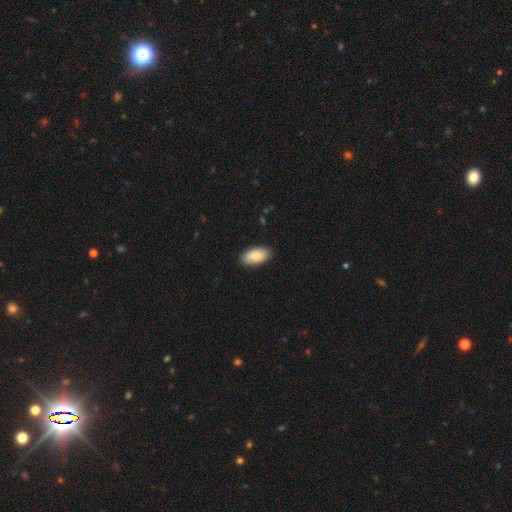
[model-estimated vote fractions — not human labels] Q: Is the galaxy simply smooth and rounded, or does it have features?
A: smooth — 81%.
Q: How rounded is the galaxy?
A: in between — 94%.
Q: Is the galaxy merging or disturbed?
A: none — 89%.